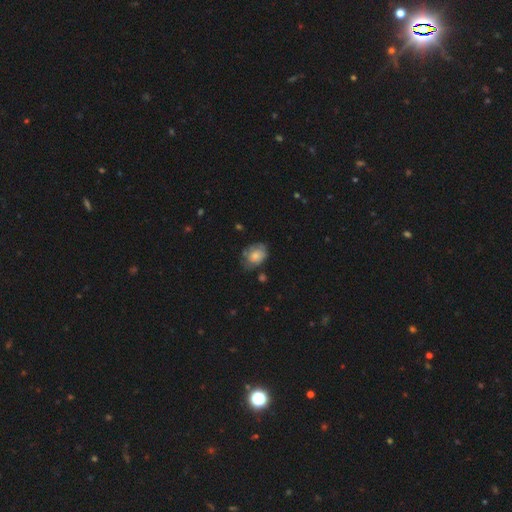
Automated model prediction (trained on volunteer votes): Overall: smooth (67%). How rounded: in between (69%; round 30%). Merging: none (54%; minor disturbance 31%).